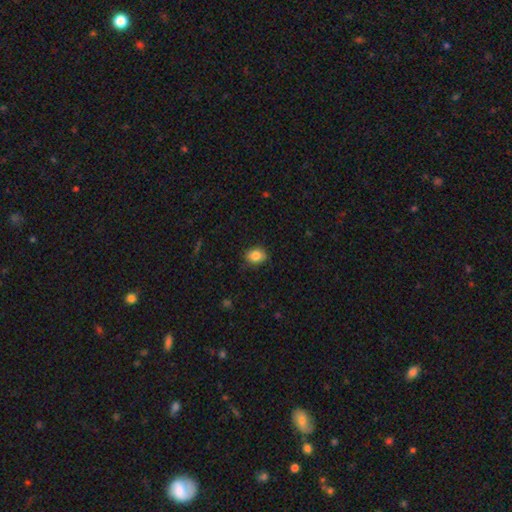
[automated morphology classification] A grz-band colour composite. It shows a smooth galaxy with no disk features (84%) that is in between round and cigar-shaped (54%). Merging: none (80%).